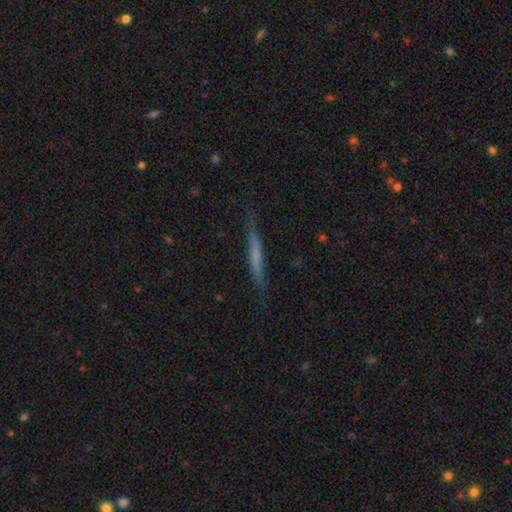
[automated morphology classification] smooth 49%, featured or disk 45%, star or artifact 7%. Down the decision tree: merging — none (85%).